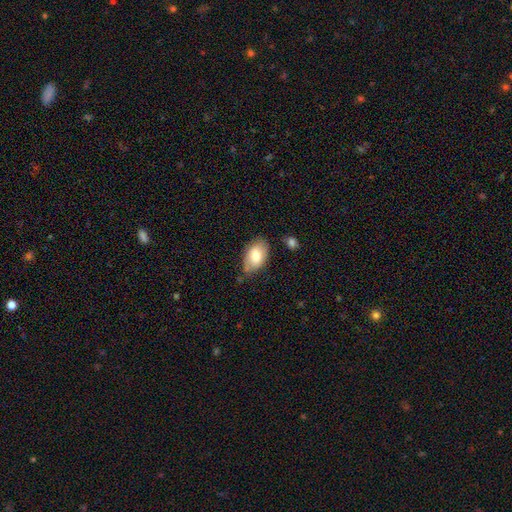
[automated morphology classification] This is likely a smooth galaxy (75%). How rounded: clearly in between (92%). Merging: likely none (67%).